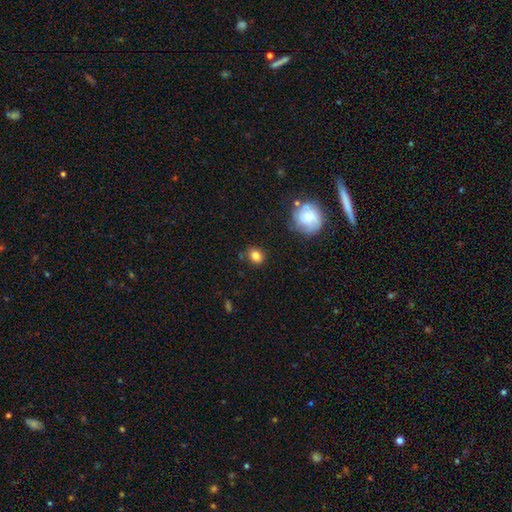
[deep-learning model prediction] smooth-or-featured: smooth: 82% | star or artifact: 10% | featured or disk: 8%
  how-rounded: round: 59% | in between: 40% | cigar-shaped: 1%
  merging: none: 83% | minor disturbance: 11% | merger: 3% | major disturbance: 3%